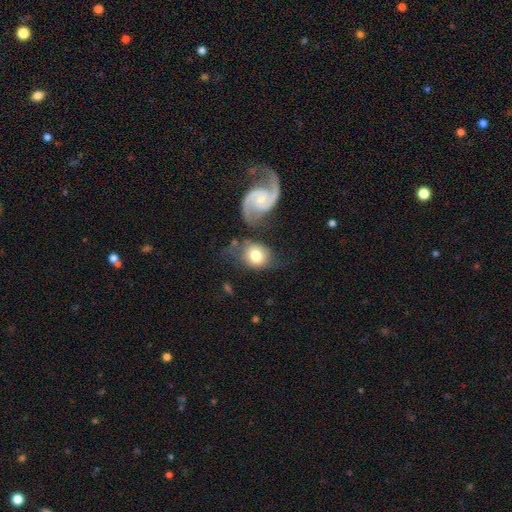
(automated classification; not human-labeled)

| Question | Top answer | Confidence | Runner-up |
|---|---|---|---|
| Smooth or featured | smooth | 64% | featured or disk (30%) |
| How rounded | round | 58% | in between (40%) |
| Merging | none | 48% | merger (25%) |